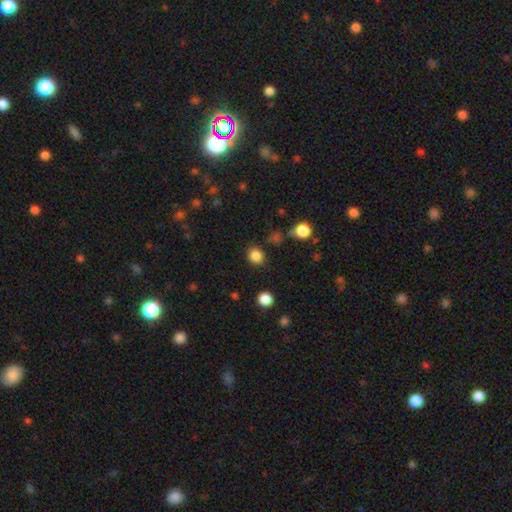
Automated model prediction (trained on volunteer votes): Smooth or featured? Predicted: smooth (p=0.84). How rounded? Predicted: round (p=0.77). Merging? Predicted: none (p=0.85).